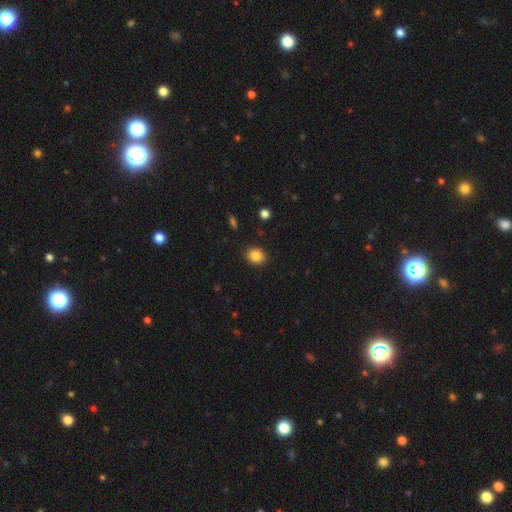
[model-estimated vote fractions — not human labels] Morphology: type=smooth (86%); roundness=round (66%); merging=none (89%).